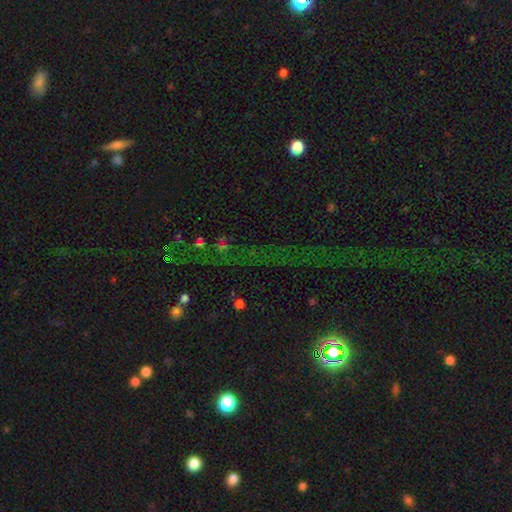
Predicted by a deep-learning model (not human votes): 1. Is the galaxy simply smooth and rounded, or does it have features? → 74% star or artifact, 15% smooth, 10% featured or disk.